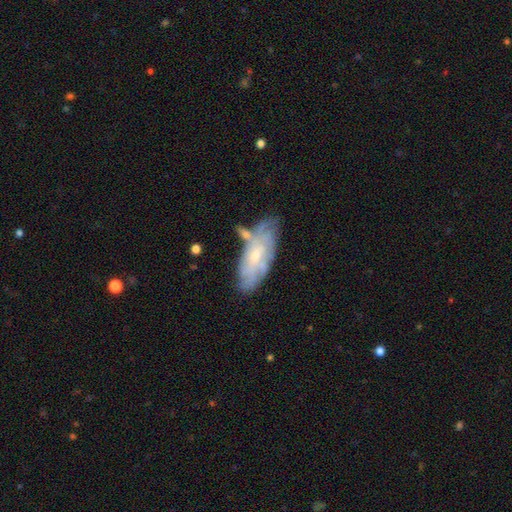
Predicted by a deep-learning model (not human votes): Q: Smooth or featured?
A: featured or disk (61%); runner-up: smooth (32%)
Q: Edge-on disk?
A: no (85%); runner-up: yes (15%)
Q: Bar?
A: no (70%); runner-up: weak (25%)
Q: Spiral arms?
A: yes (67%); runner-up: no (33%)
Q: Bulge size?
A: small (65%); runner-up: moderate (29%)
Q: Merging?
A: none (53%); runner-up: minor disturbance (24%)